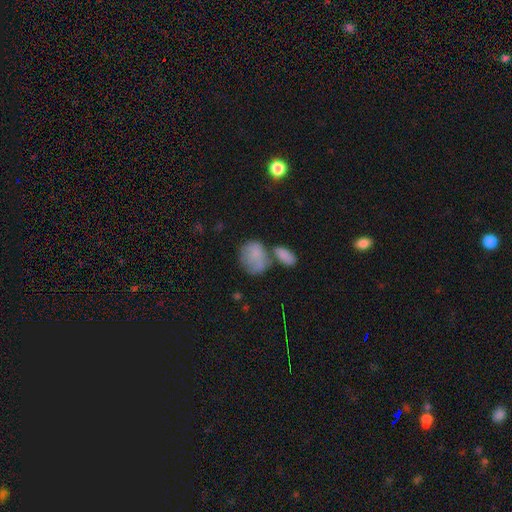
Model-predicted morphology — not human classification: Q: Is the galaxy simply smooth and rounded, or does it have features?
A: smooth — 77%.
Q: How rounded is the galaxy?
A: in between — 63%.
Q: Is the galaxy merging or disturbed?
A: merger — 36%.